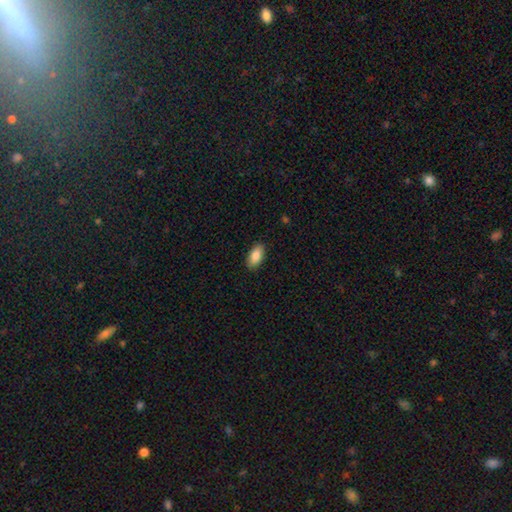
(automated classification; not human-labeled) smooth 87%, featured or disk 7%, star or artifact 6%. Down the decision tree: how rounded — in between (92%); merging — none (89%).